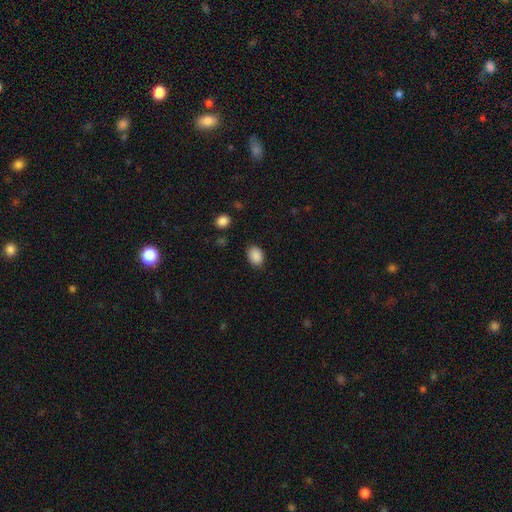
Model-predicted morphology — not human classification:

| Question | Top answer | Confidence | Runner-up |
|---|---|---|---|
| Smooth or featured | smooth | 89% | star or artifact (8%) |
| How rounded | in between | 71% | round (28%) |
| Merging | none | 84% | minor disturbance (11%) |